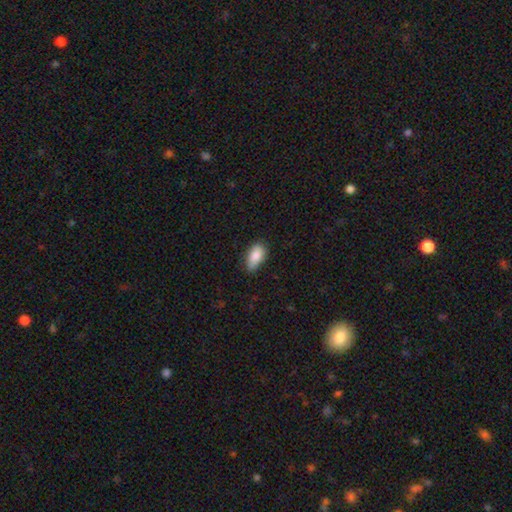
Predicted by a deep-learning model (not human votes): Smooth or featured? smooth (85%)
How rounded? in between (91%)
Merging? none (68%)